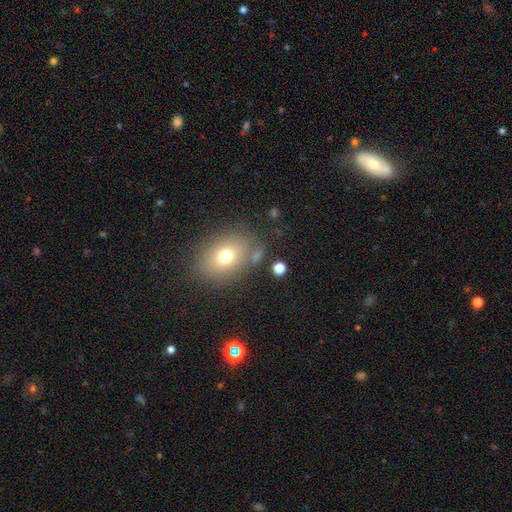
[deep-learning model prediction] The model was most divided on "how rounded": in between: 65%, round: 34%, cigar-shaped: 2%. More confident: merging — none (75%); smooth or featured — smooth (68%).